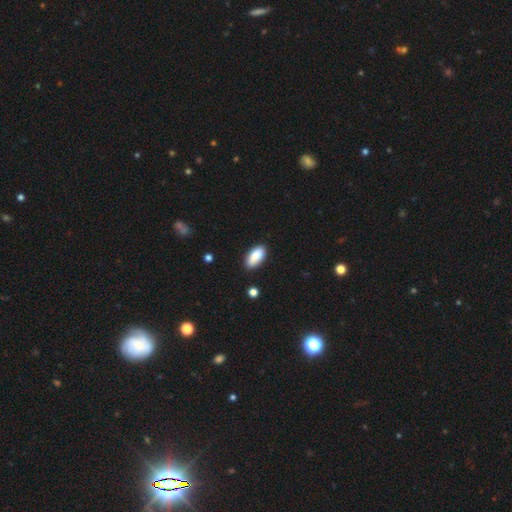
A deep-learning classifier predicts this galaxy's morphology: Smooth or featured: smooth — 86% (star or artifact — 7%)
How rounded: in between — 88% (cigar-shaped — 10%)
Merging: none — 80% (minor disturbance — 15%)